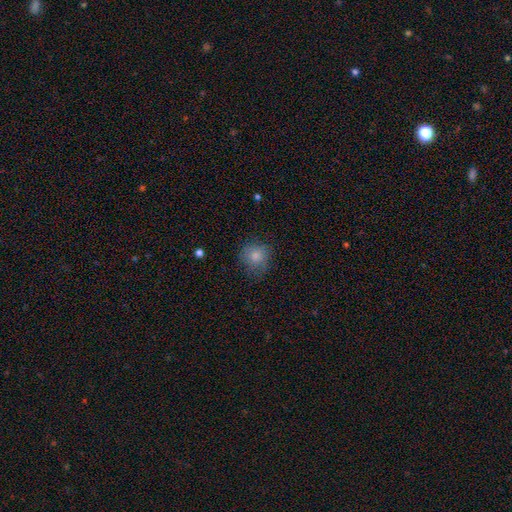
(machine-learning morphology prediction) Smooth or featured: smooth — 80% (star or artifact — 10%)
How rounded: round — 81% (in between — 18%)
Merging: none — 67% (minor disturbance — 23%)